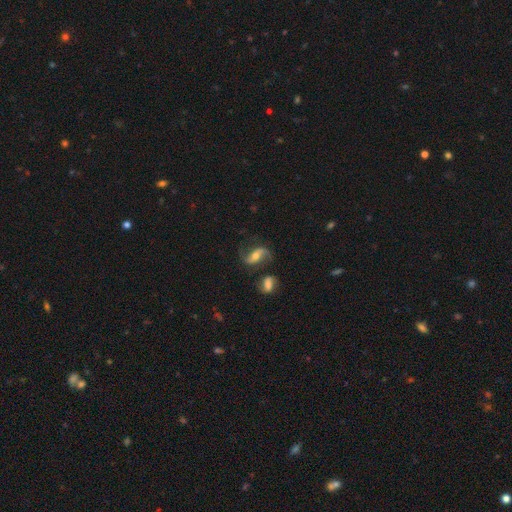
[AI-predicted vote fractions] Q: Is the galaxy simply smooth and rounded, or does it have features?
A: featured or disk — 80%.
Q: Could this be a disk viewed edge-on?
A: no — 95%.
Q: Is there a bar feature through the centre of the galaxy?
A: weak — 36%.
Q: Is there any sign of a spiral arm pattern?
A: yes — 94%.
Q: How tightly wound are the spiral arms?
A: loose — 64%.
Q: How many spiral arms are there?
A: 2 — 91%.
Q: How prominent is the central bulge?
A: moderate — 60%.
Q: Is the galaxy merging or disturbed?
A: none — 67%.